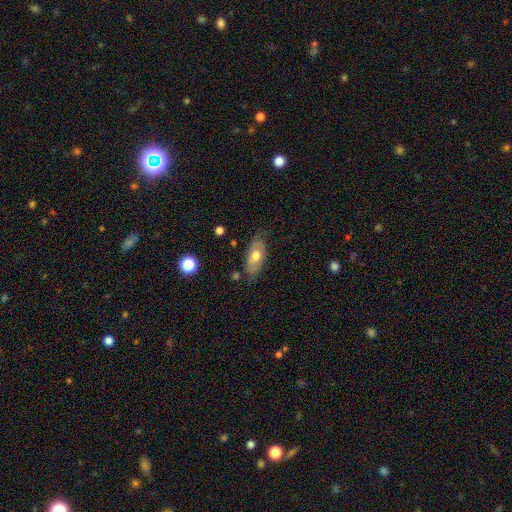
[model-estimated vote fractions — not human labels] Smooth or featured?
  - smooth: 57% *
  - featured or disk: 36%
  - star or artifact: 7%
How rounded?
  - in between: 86% *
  - cigar-shaped: 9%
  - round: 5%
Merging?
  - none: 71% *
  - minor disturbance: 22%
  - major disturbance: 5%
  - merger: 2%